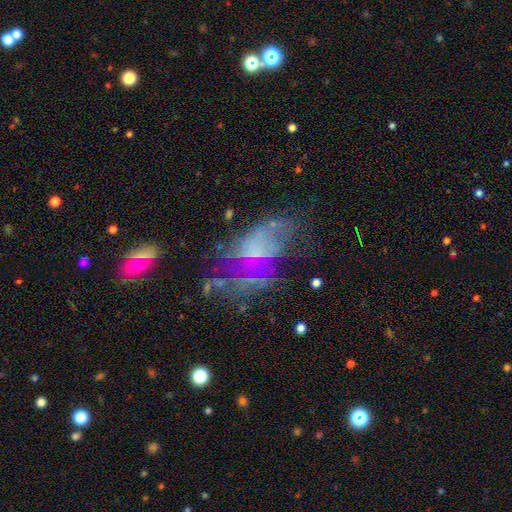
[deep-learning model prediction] Morphology: type=featured or disk (60%); edge-on=no (95%); bar=no (75%); spiral arms=no (62%); bulge=none (50%); merging=major disturbance (35%, tied with none).